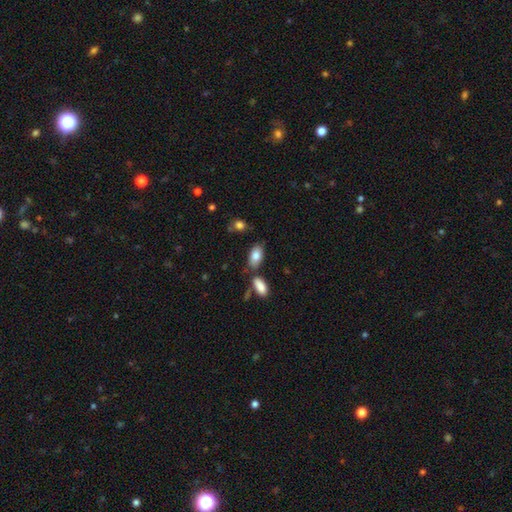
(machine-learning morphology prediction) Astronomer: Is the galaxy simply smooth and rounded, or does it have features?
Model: smooth — 84%.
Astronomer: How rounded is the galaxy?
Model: in between — 93%.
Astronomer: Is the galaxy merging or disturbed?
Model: none — 71%.